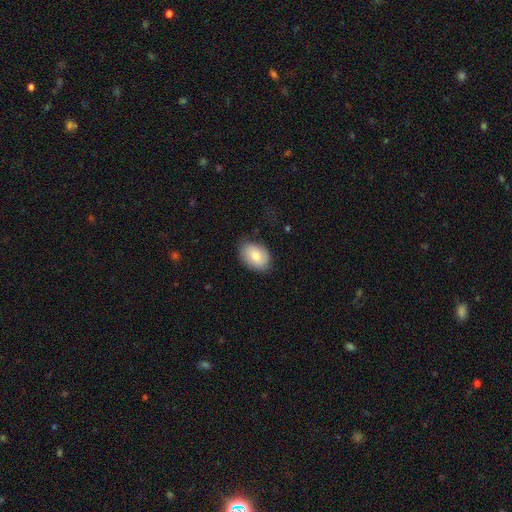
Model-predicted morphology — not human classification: smooth-or-featured: smooth: 79% | featured or disk: 14% | star or artifact: 7%
  how-rounded: in between: 80% | round: 19% | cigar-shaped: 1%
  merging: none: 77% | minor disturbance: 17% | major disturbance: 4% | merger: 1%